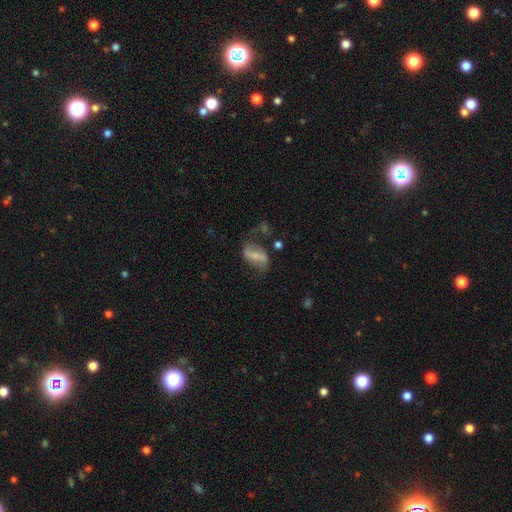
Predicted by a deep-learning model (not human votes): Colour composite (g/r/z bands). It shows a featured or disk galaxy (52%). Merging: none (50%).